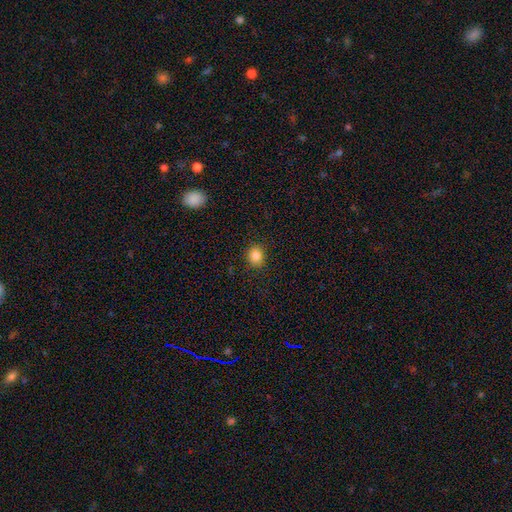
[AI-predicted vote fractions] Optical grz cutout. It shows a smooth galaxy with no disk features (86%) that is round (69%). Merging: none (89%).